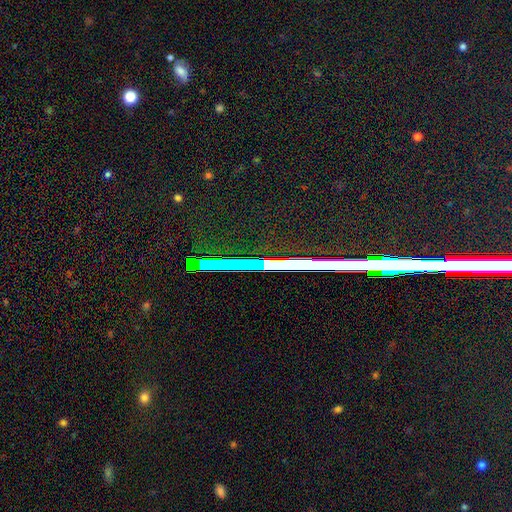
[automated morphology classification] Smooth or featured: star or artifact — 82% (featured or disk — 9%)